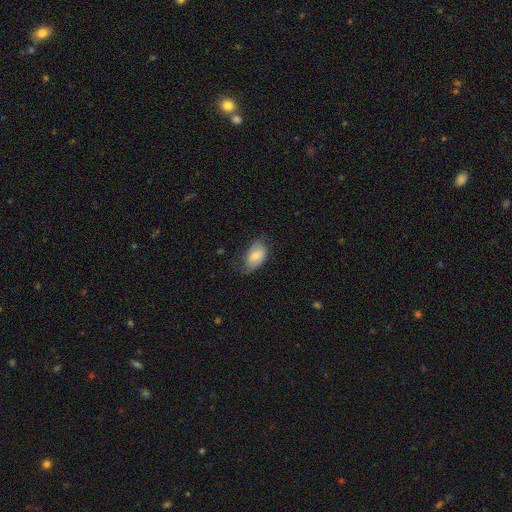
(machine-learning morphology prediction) A smooth galaxy with no disk features (66%) that is in between round and cigar-shaped (90%).

Vote fractions:
- Smooth or featured? smooth: 66% / featured or disk: 27% / star or artifact: 7%
- How rounded? in between: 90% / round: 9% / cigar-shaped: 2%
- Merging? none: 58% / minor disturbance: 31% / major disturbance: 10% / merger: 1%